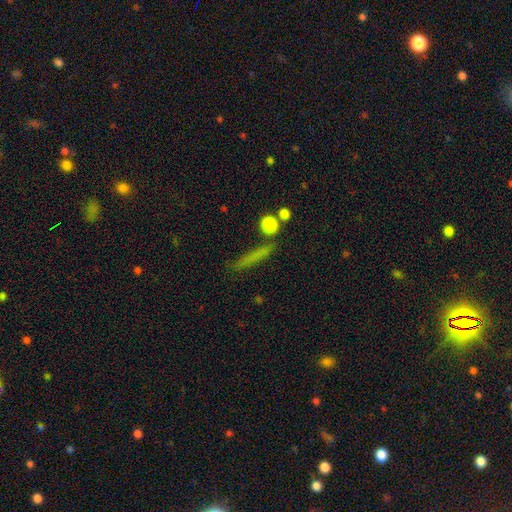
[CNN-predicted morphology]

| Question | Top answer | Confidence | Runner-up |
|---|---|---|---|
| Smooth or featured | smooth | 64% | featured or disk (21%) |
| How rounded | cigar-shaped | 85% | in between (8%) |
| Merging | none | 76% | minor disturbance (13%) |